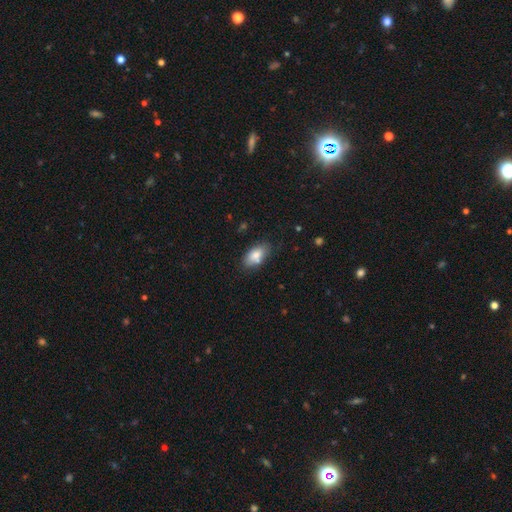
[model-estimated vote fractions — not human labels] Morphology: type=smooth (80%); roundness=in between (91%); merging=none (71%).